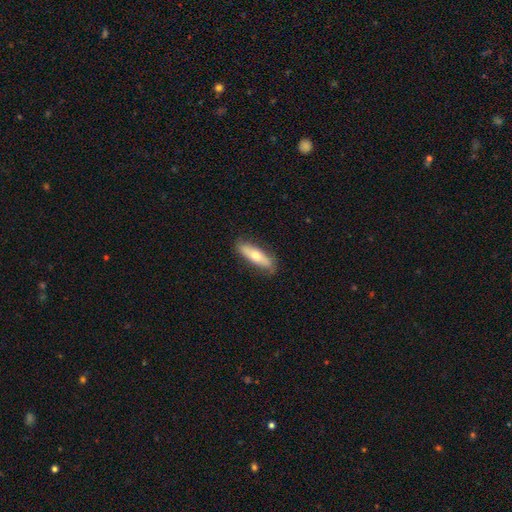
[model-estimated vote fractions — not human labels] Q: Smooth or featured?
A: smooth (59%); runner-up: featured or disk (36%)
Q: How rounded?
A: cigar-shaped (54%); runner-up: in between (43%)
Q: Merging?
A: none (81%); runner-up: minor disturbance (15%)